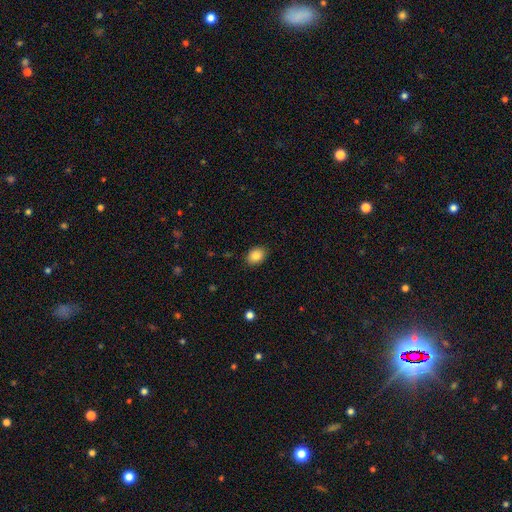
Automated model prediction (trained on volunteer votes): Smooth or featured?
  - smooth: 85% *
  - star or artifact: 9%
  - featured or disk: 6%
How rounded?
  - in between: 66% *
  - round: 33%
  - cigar-shaped: 1%
Merging?
  - none: 88% *
  - minor disturbance: 8%
  - major disturbance: 2%
  - merger: 1%